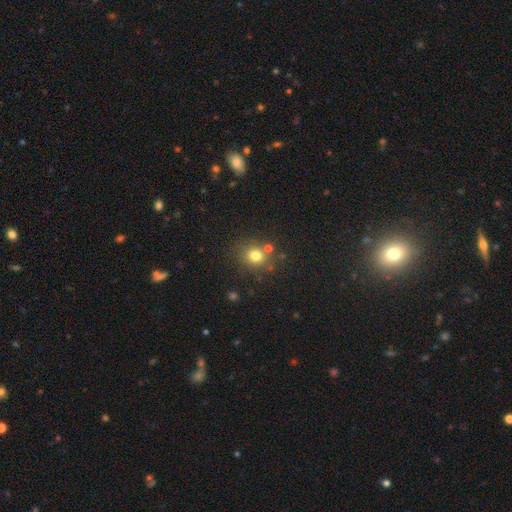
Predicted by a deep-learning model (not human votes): This appears to be a smooth galaxy with no disk features (76%) that is round (81%). Merging: none (72%).